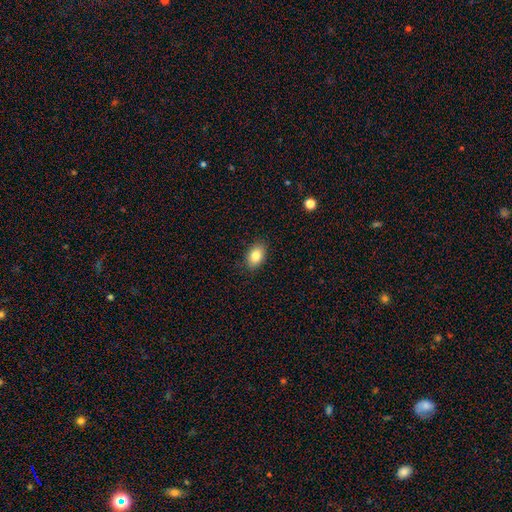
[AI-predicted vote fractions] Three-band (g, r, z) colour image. It shows a smooth galaxy with no disk features (83%) that is in between round and cigar-shaped (86%). Merging: none (87%).